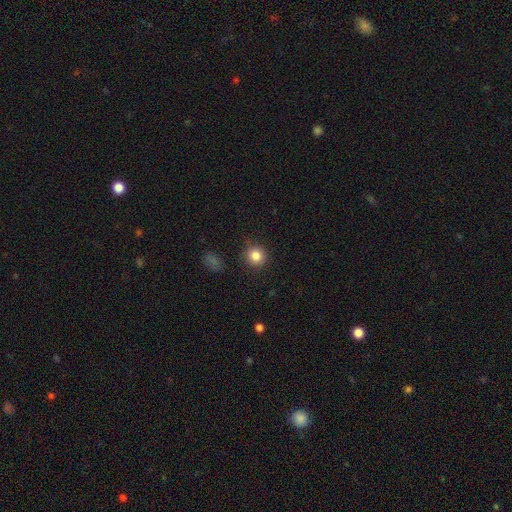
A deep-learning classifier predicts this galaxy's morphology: Smooth or featured? Predicted: smooth (p=0.84). How rounded? Predicted: round (p=0.93). Merging? Predicted: none (p=0.86).